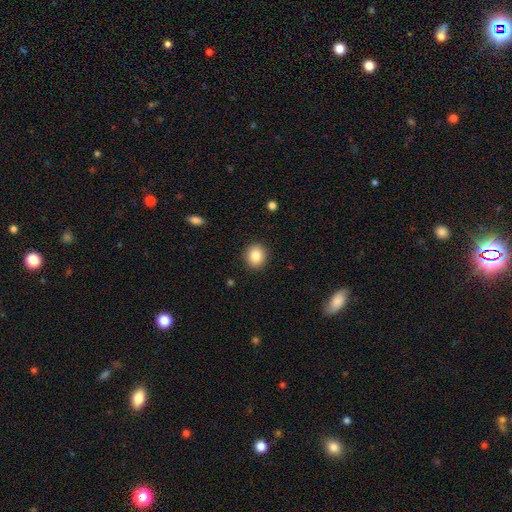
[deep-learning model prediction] smooth 86%, star or artifact 9%, featured or disk 5%. Down the decision tree: how rounded — round (80%); merging — none (91%).